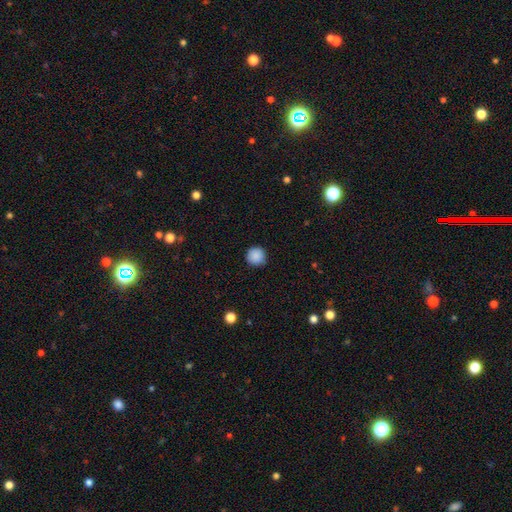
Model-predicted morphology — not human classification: Smooth or featured?
  - smooth: 88% *
  - star or artifact: 9%
  - featured or disk: 3%
How rounded?
  - round: 96% *
  - in between: 3%
  - cigar-shaped: 1%
Merging?
  - none: 89% *
  - minor disturbance: 8%
  - major disturbance: 2%
  - merger: 1%